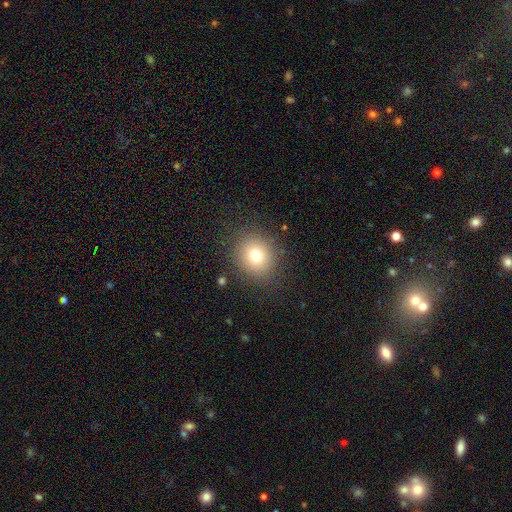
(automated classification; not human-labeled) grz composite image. It shows a smooth galaxy with no disk features (75%) that is round (81%). Merging: none (86%).